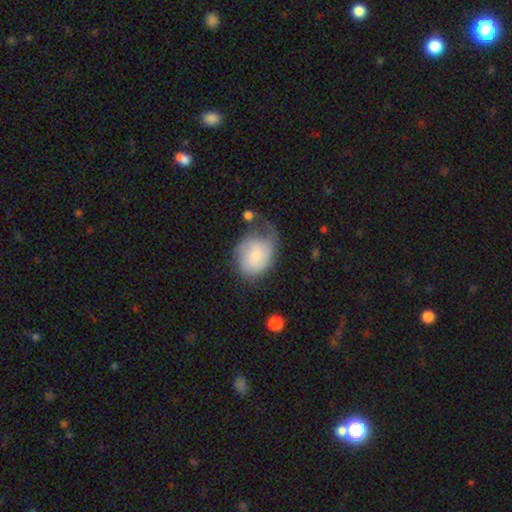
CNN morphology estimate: A smooth galaxy with no disk features (49%). Merging: minor disturbance (32%).